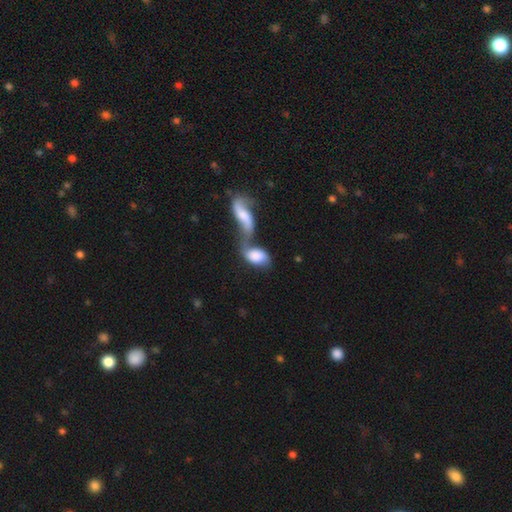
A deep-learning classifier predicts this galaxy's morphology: This is likely a smooth galaxy (65%). How rounded: clearly in between (89%). Merging: likely merger (78%).